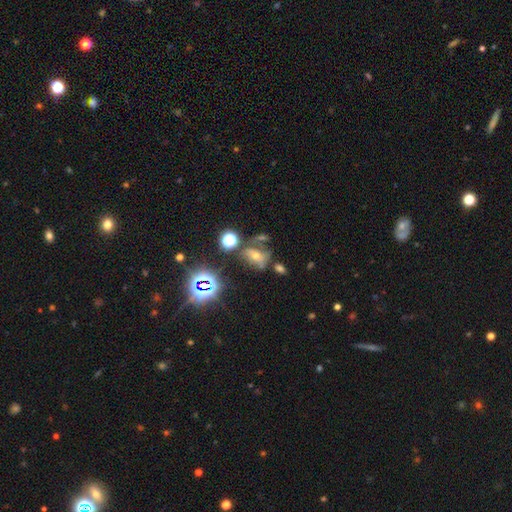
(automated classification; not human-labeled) Smooth or featured: star or artifact — 39% (smooth — 32%)